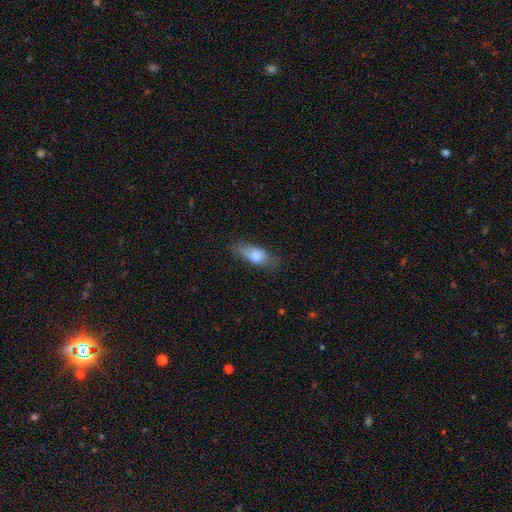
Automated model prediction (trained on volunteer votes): Smooth or featured: smooth — 74% (featured or disk — 19%)
How rounded: in between — 71% (cigar-shaped — 24%)
Merging: none — 66% (minor disturbance — 25%)